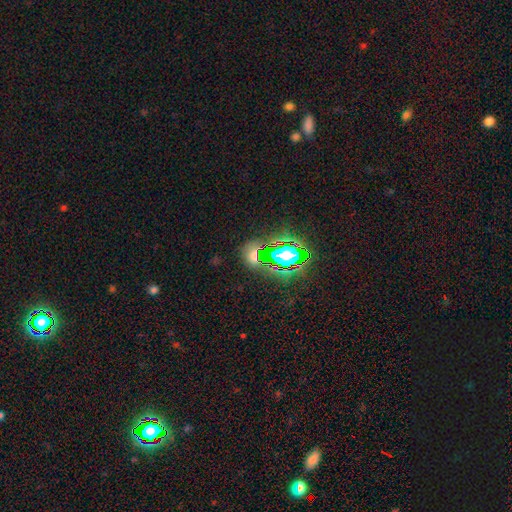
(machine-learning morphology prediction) smooth_or_featured: star or artifact (p=0.57) [alt: smooth p=0.33]